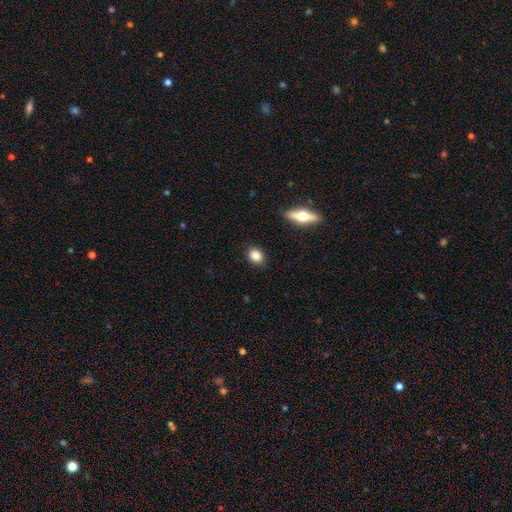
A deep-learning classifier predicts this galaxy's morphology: A smooth galaxy with no disk features (85%) that is round (49%). Merging: none (89%).